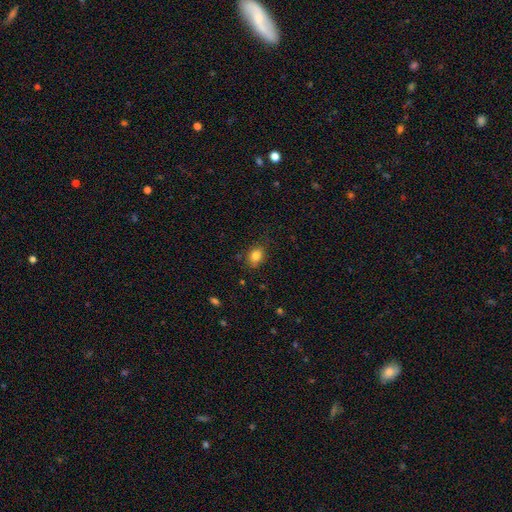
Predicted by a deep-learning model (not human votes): Morphology: type=smooth (84%); roundness=in between (60%); merging=none (79%).